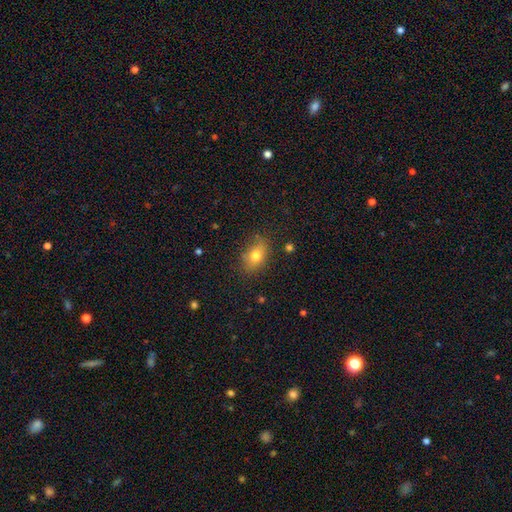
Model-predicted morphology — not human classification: This is likely a smooth galaxy (75%). How rounded: likely in between (77%). Merging: likely none (78%).